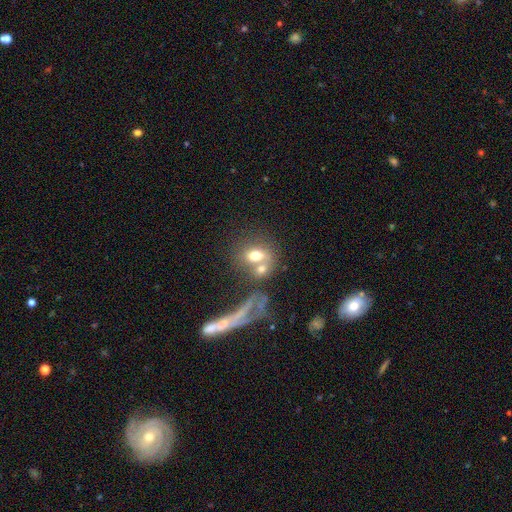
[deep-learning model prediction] Smooth or featured?
  - smooth: 64% *
  - featured or disk: 24%
  - star or artifact: 12%
How rounded?
  - in between: 55% *
  - round: 41%
  - cigar-shaped: 4%
Merging?
  - merger: 47% *
  - none: 32%
  - minor disturbance: 11%
  - major disturbance: 11%